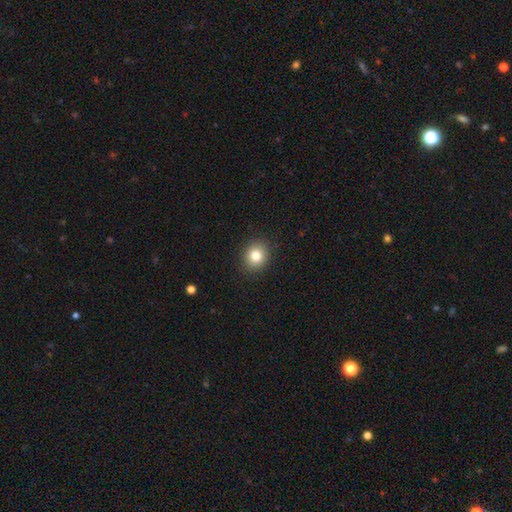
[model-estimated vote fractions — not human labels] Morphology: type=smooth (81%); roundness=round (75%); merging=none (90%).